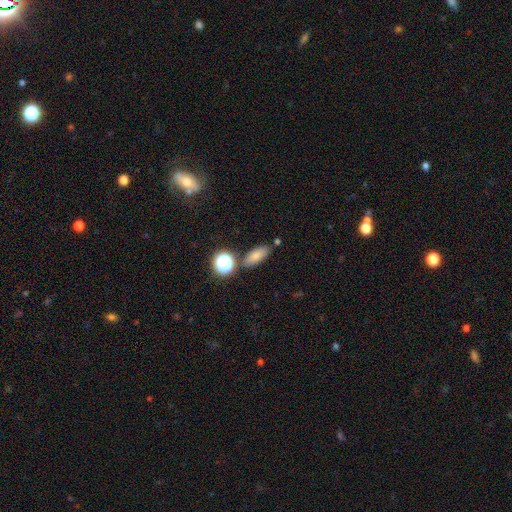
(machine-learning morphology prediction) smooth_or_featured: smooth (p=0.76) [alt: star or artifact p=0.13]
how_rounded: in between (p=0.73) [alt: cigar-shaped p=0.18]
merging: none (p=0.78) [alt: minor disturbance p=0.12]